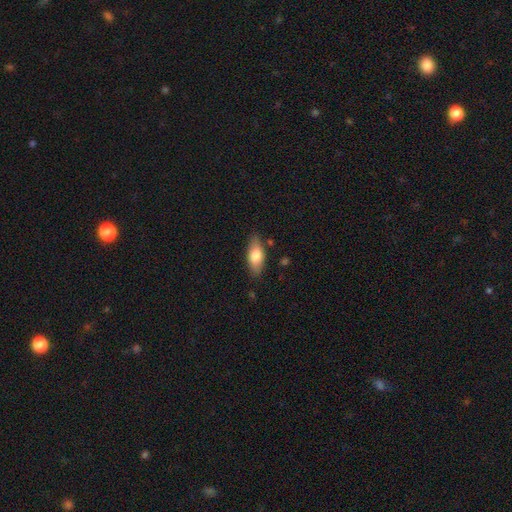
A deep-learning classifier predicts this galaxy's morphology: Smooth or featured?
  - smooth: 73% *
  - featured or disk: 20%
  - star or artifact: 6%
How rounded?
  - in between: 80% *
  - cigar-shaped: 17%
  - round: 3%
Merging?
  - none: 81% *
  - minor disturbance: 14%
  - major disturbance: 3%
  - merger: 2%